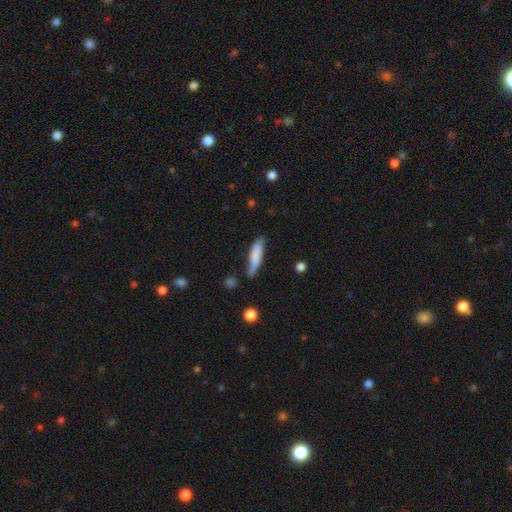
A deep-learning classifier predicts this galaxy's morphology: Overall: smooth (73%). How rounded: cigar-shaped (70%). Merging: none (52%; minor disturbance 33%).